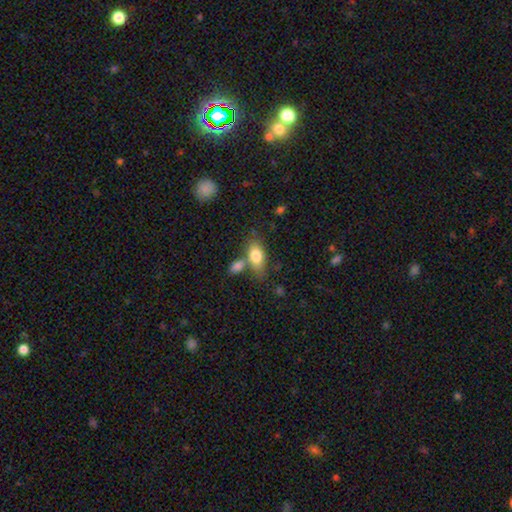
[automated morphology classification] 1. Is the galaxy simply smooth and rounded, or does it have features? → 80% smooth, 13% featured or disk, 7% star or artifact.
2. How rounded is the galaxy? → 86% in between, 8% cigar-shaped, 6% round.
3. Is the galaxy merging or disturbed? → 54% none, 27% merger, 14% minor disturbance, 5% major disturbance.